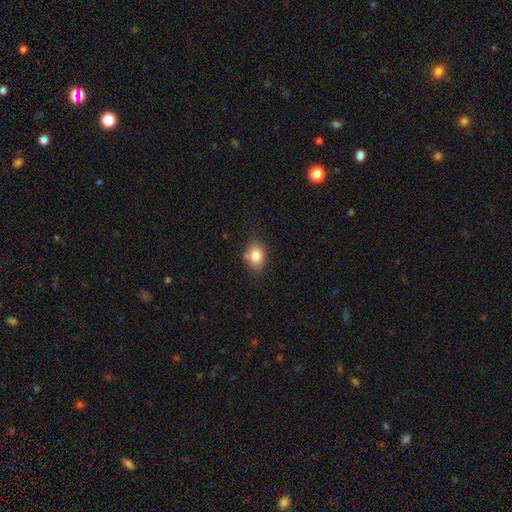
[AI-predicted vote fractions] Q: Smooth or featured?
A: smooth (81%); runner-up: featured or disk (10%)
Q: How rounded?
A: in between (68%); runner-up: round (31%)
Q: Merging?
A: none (72%); runner-up: minor disturbance (19%)